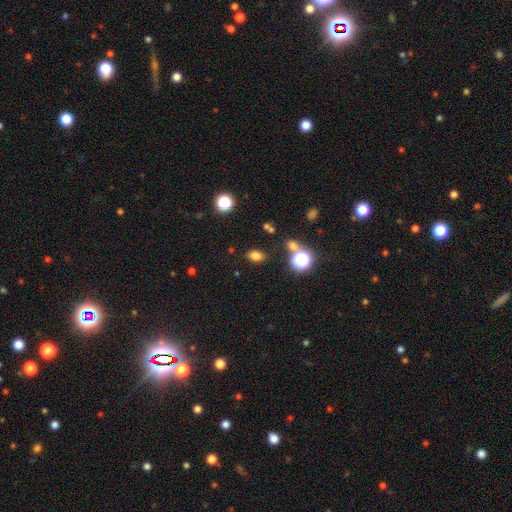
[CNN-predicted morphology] Smooth or featured: smooth — 75% (star or artifact — 18%)
How rounded: in between — 78% (round — 20%)
Merging: none — 82% (minor disturbance — 10%)